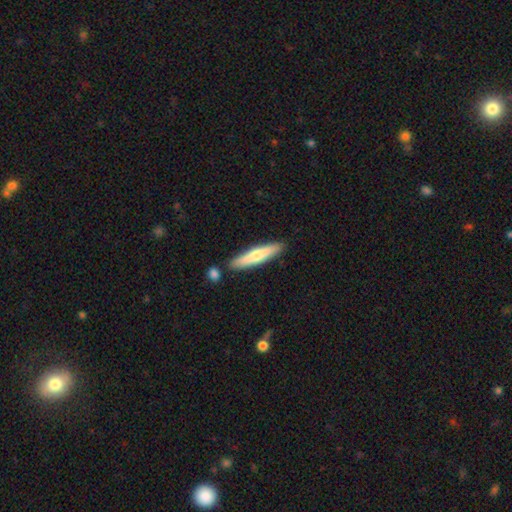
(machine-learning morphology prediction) smooth 60%, featured or disk 35%, star or artifact 5%. Down the decision tree: how rounded — cigar-shaped (88%); merging — none (85%).